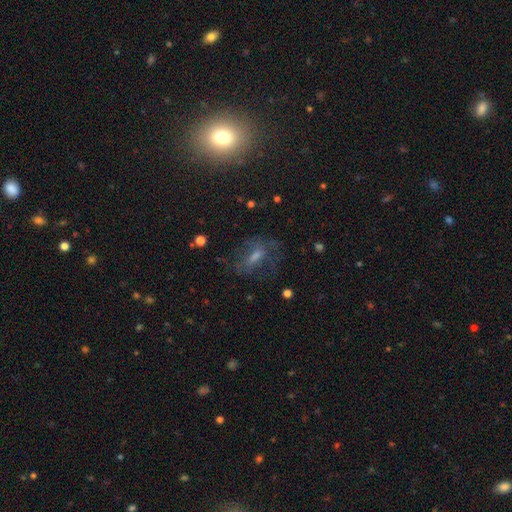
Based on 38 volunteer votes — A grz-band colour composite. It shows a smooth galaxy with no disk features (53%) that is in between round and cigar-shaped (95%). Merging: none (51%).